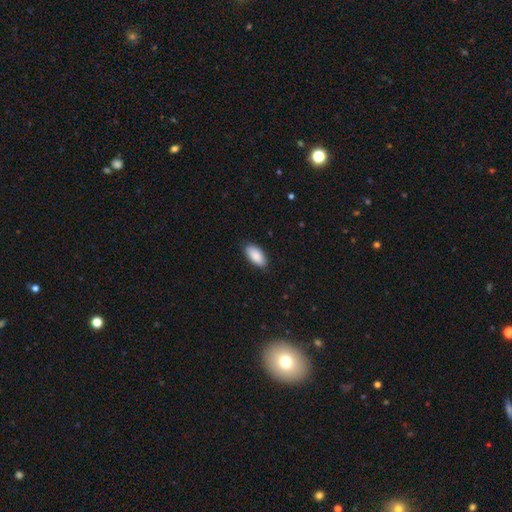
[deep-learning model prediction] This is clearly a smooth galaxy (90%). How rounded: clearly in between (92%). Merging: clearly none (85%).